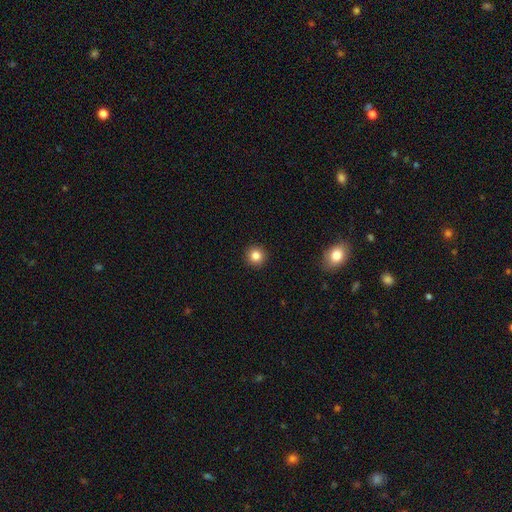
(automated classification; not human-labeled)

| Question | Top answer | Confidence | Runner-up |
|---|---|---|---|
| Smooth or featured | smooth | 84% | star or artifact (11%) |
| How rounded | round | 95% | in between (4%) |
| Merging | none | 93% | minor disturbance (4%) |